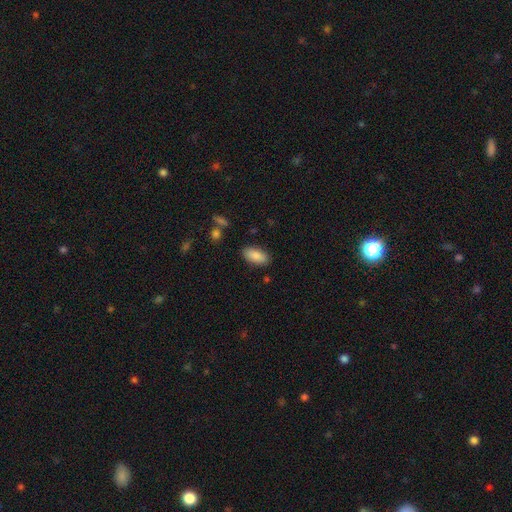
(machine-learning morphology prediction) Smooth or featured? smooth (86%)
How rounded? in between (91%)
Merging? none (86%)